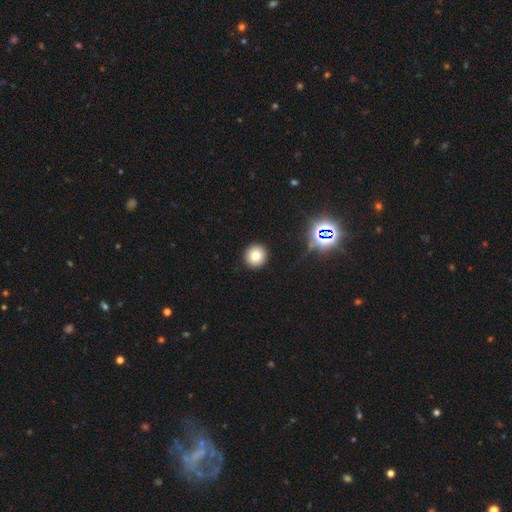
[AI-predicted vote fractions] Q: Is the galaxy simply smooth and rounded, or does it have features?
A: smooth — 76%.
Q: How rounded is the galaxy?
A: round — 95%.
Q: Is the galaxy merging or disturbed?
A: none — 92%.